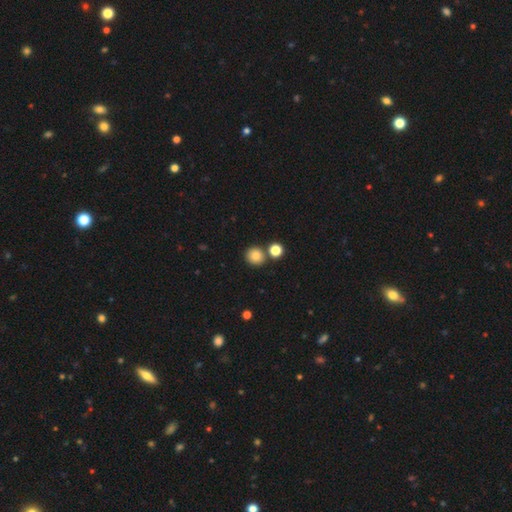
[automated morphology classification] smooth-or-featured: smooth: 84% | star or artifact: 11% | featured or disk: 5%
  how-rounded: round: 88% | in between: 11% | cigar-shaped: 1%
  merging: none: 76% | merger: 14% | minor disturbance: 8% | major disturbance: 2%